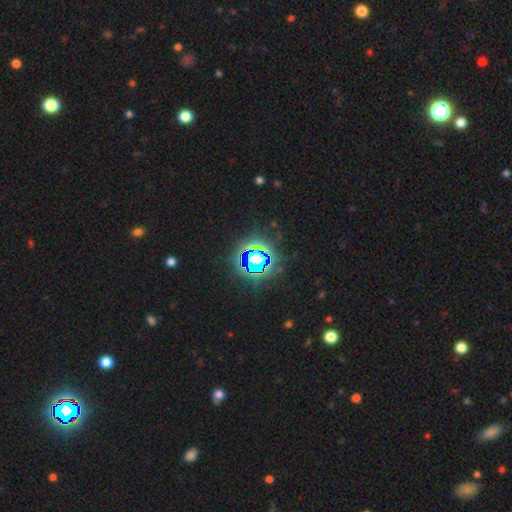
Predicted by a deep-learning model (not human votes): Smooth or featured? star or artifact (73%)